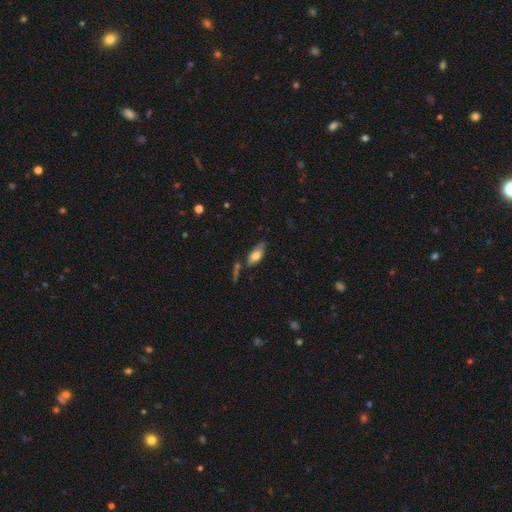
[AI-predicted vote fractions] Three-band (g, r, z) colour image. It shows a smooth galaxy with no disk features (70%) that is in between round and cigar-shaped (83%). Merging: none (66%).